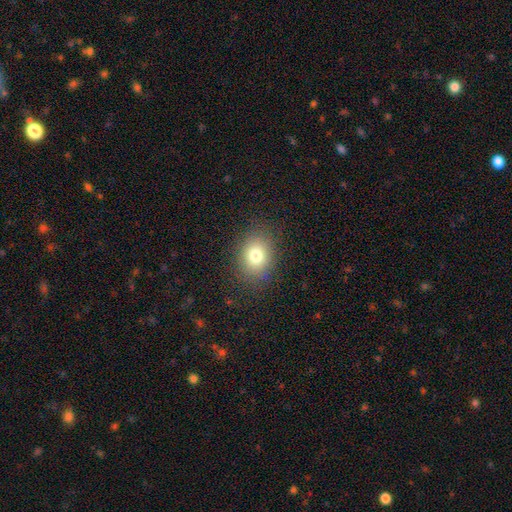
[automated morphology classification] This is likely a smooth galaxy (79%). How rounded: possibly in between (55%). Merging: clearly none (85%).